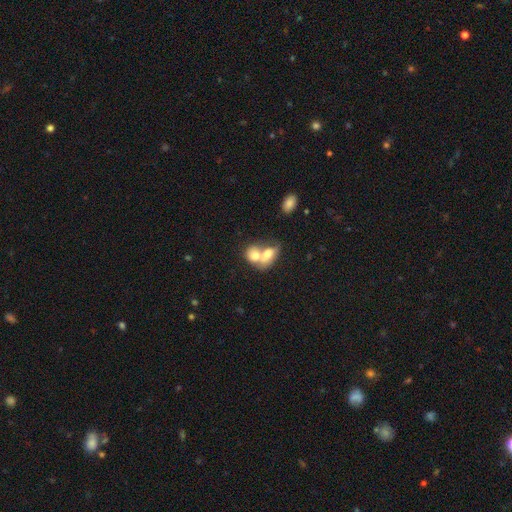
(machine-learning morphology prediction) Smooth or featured: smooth — 71% (featured or disk — 22%)
How rounded: in between — 65% (round — 33%)
Merging: merger — 77% (none — 15%)